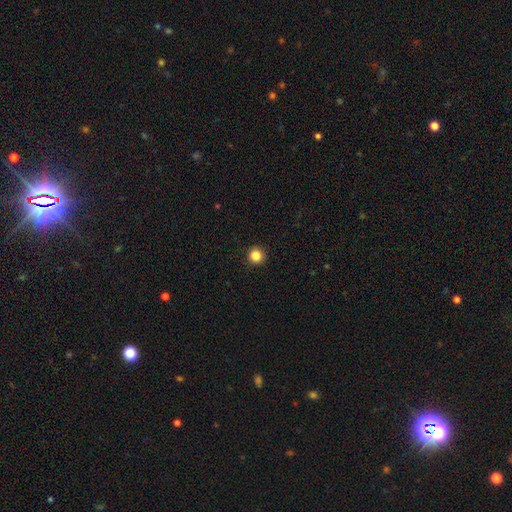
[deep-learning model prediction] smooth 85%, star or artifact 11%, featured or disk 4%. Down the decision tree: how rounded — round (95%); merging — none (93%).